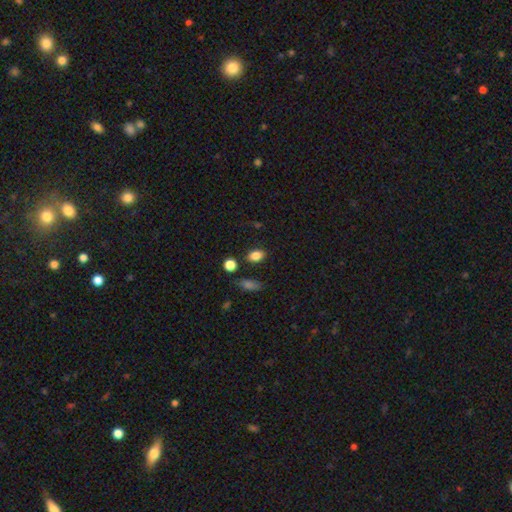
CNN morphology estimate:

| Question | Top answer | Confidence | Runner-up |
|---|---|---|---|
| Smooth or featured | smooth | 85% | star or artifact (10%) |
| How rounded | in between | 79% | round (19%) |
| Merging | none | 81% | minor disturbance (11%) |